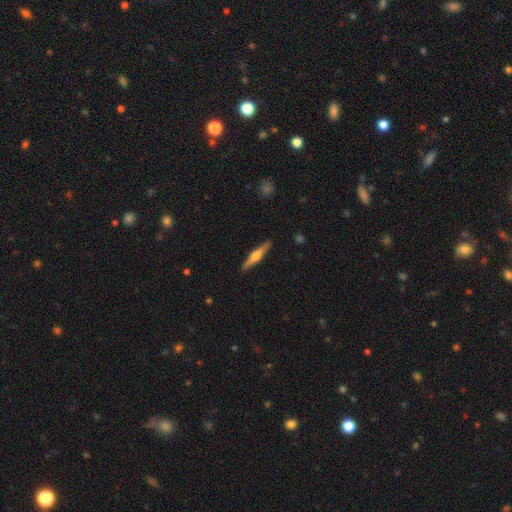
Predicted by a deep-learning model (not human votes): Overall: featured or disk (59%; smooth 35%). Edge-on disk: yes (97%). Edge-on bulge: rounded (90%). Merging: none (91%).